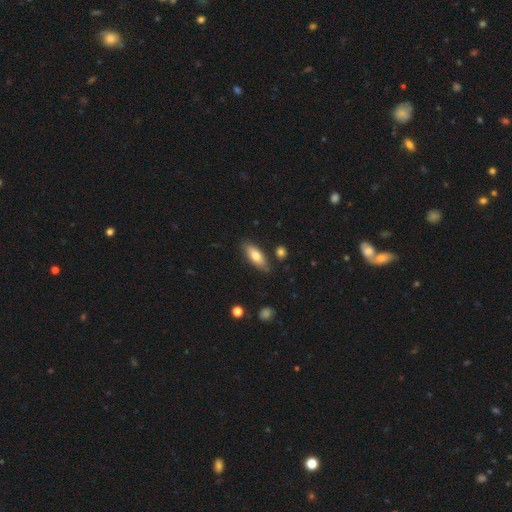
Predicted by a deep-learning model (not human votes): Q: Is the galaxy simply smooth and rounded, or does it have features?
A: smooth — 76%.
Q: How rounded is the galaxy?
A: in between — 72%.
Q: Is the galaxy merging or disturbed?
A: none — 80%.